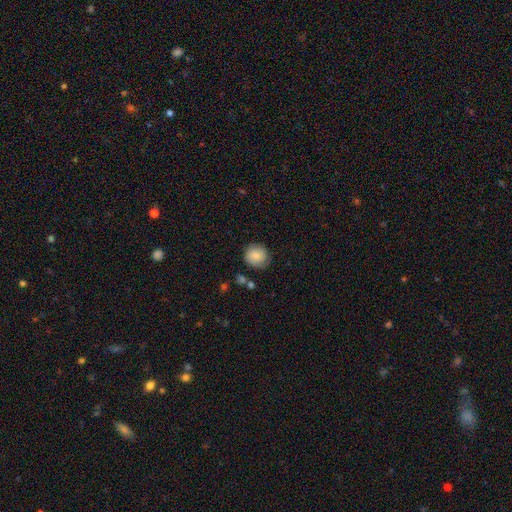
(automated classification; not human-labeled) Smooth or featured? Predicted: smooth (p=0.81). How rounded? Predicted: round (p=0.87). Merging? Predicted: none (p=0.77).